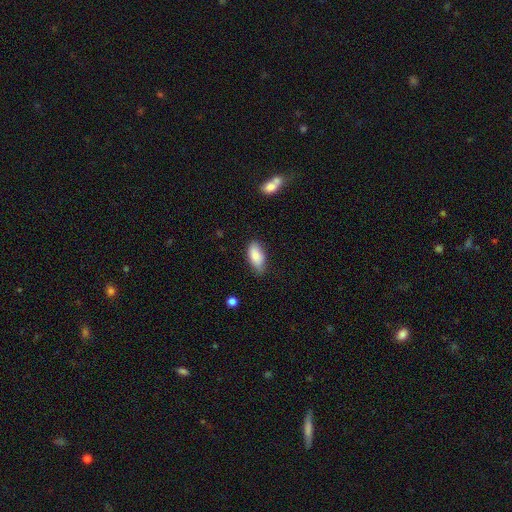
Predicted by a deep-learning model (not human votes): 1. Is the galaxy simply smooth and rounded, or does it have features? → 85% smooth, 8% featured or disk, 7% star or artifact.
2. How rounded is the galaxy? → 89% in between, 9% cigar-shaped, 3% round.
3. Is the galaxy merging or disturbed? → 74% none, 21% minor disturbance, 4% major disturbance, 2% merger.